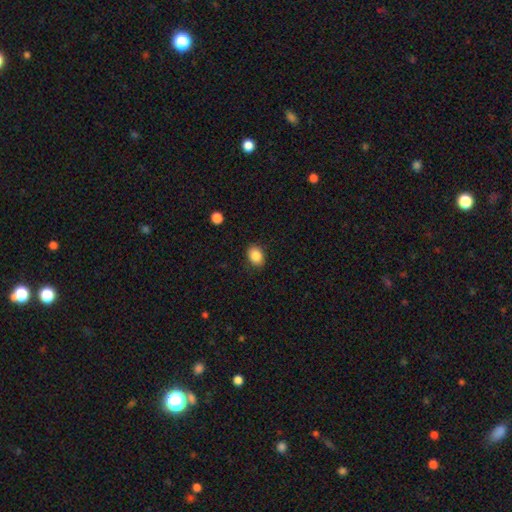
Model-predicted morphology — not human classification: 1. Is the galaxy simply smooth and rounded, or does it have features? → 86% smooth, 9% star or artifact, 5% featured or disk.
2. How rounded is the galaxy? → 66% in between, 33% round, 1% cigar-shaped.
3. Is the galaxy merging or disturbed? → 88% none, 9% minor disturbance, 2% major disturbance, 1% merger.